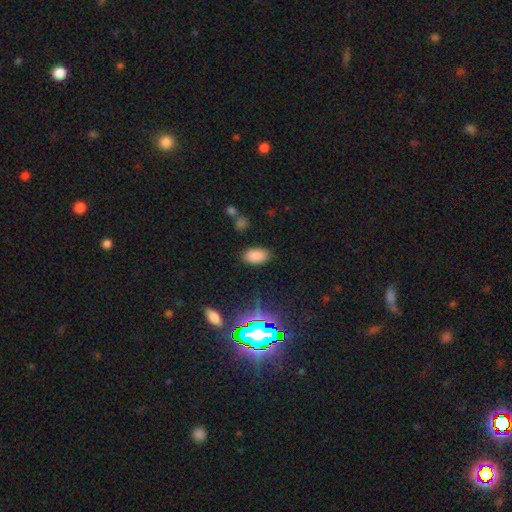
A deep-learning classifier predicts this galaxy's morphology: Smooth or featured? Predicted: smooth (p=0.80). How rounded? Predicted: in between (p=0.93). Merging? Predicted: none (p=0.85).